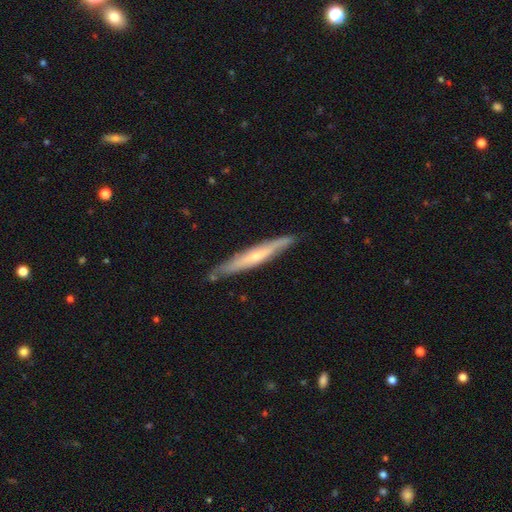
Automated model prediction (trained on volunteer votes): A featured or disk galaxy (56%) viewed edge-on (87%).

Vote fractions:
- Smooth or featured? featured or disk: 56% / smooth: 39% / star or artifact: 5%
- Edge-on disk? yes: 87% / no: 13%
- Merging? none: 82% / minor disturbance: 14% / major disturbance: 2% / merger: 2%